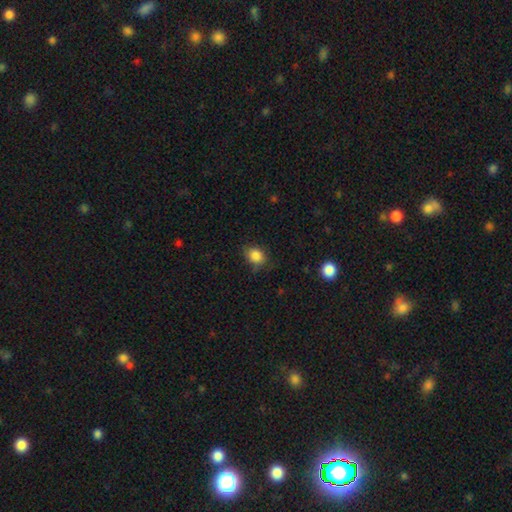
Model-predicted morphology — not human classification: Q: Smooth or featured?
A: smooth (86%); runner-up: star or artifact (9%)
Q: How rounded?
A: in between (52%); runner-up: round (47%)
Q: Merging?
A: none (69%); runner-up: minor disturbance (24%)